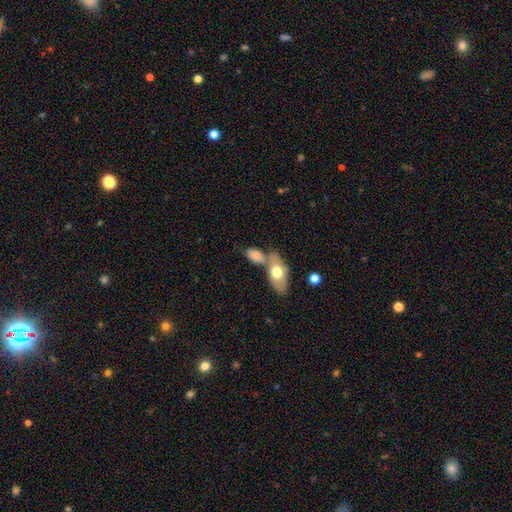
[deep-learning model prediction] Smooth or featured? Predicted: smooth (p=0.72). How rounded? Predicted: in between (p=0.86). Merging? Predicted: merger (p=0.46).